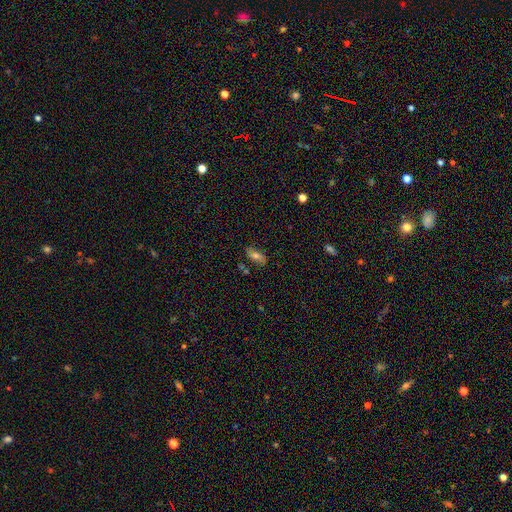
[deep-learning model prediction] Smooth or featured: smooth — 51% (featured or disk — 39%)
How rounded: in between — 78% (cigar-shaped — 16%)
Merging: none — 75% (minor disturbance — 17%)